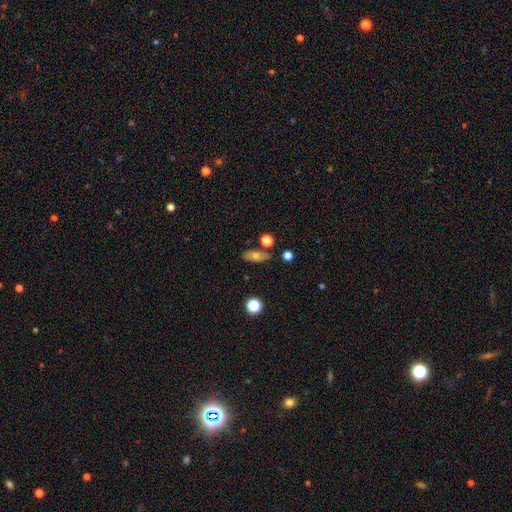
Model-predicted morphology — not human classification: This is likely a smooth galaxy (66%). How rounded: likely in between (75%). Merging: likely none (78%).